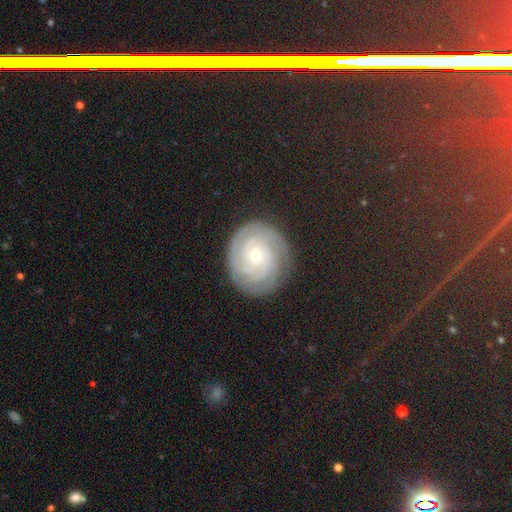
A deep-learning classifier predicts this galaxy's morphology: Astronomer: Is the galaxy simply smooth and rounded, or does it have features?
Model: featured or disk — 83%.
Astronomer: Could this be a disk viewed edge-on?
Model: no — 98%.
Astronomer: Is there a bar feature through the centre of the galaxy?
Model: no — 76%.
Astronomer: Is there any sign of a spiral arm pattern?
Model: yes — 97%.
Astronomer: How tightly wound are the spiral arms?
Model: tight — 85%.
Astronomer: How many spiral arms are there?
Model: can't tell — 28% (runner-up: 3, 23%).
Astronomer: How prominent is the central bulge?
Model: small — 65%.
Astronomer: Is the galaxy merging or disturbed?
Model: none — 83%.